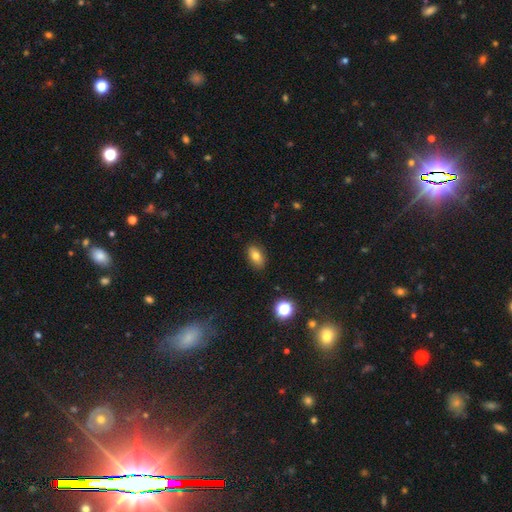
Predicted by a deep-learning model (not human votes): Smooth or featured? Predicted: smooth (p=0.76). How rounded? Predicted: in between (p=0.86). Merging? Predicted: none (p=0.87).